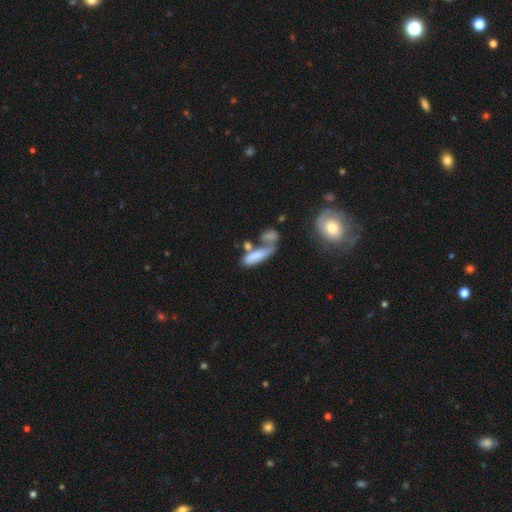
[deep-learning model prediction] A smooth galaxy with no disk features (73%) that is in between round and cigar-shaped (58%). Merging: merger (50%).